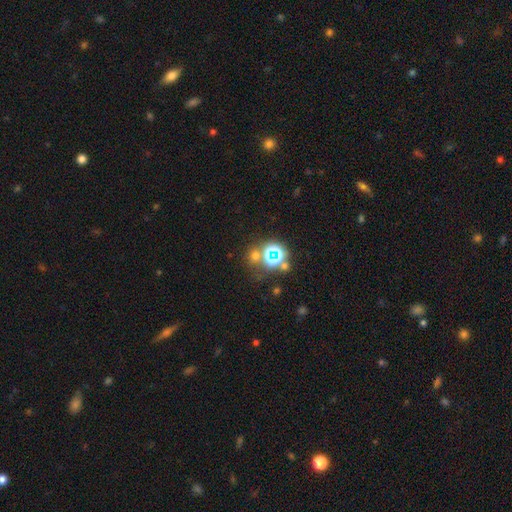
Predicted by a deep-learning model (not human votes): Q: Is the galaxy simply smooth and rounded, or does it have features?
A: star or artifact — 47%.